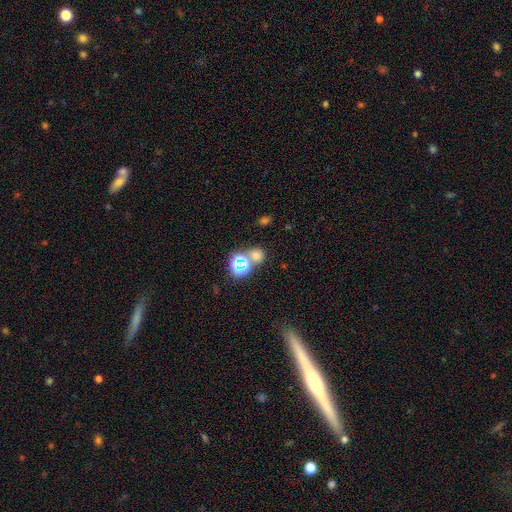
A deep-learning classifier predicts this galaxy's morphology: smooth 58%, star or artifact 34%, featured or disk 8%. Down the decision tree: how rounded — round (72%); merging — none (57%).